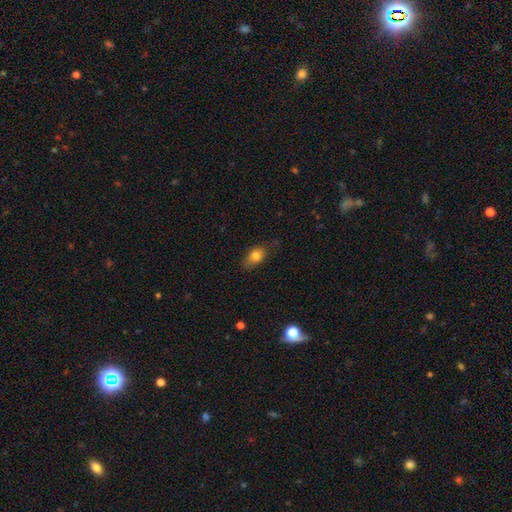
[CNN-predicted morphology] smooth-or-featured: smooth: 80% | featured or disk: 11% | star or artifact: 9%
  how-rounded: in between: 80% | round: 16% | cigar-shaped: 4%
  merging: none: 71% | minor disturbance: 22% | major disturbance: 5% | merger: 1%